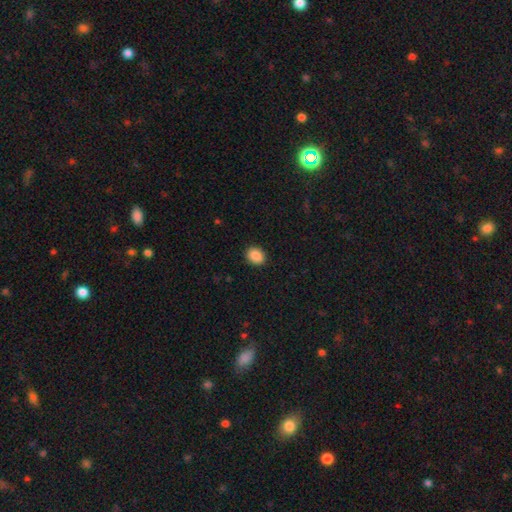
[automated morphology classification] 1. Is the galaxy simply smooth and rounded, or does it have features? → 89% smooth, 8% star or artifact, 3% featured or disk.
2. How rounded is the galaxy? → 56% in between, 43% round, 1% cigar-shaped.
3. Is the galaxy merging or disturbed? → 90% none, 7% minor disturbance, 2% major disturbance, 1% merger.